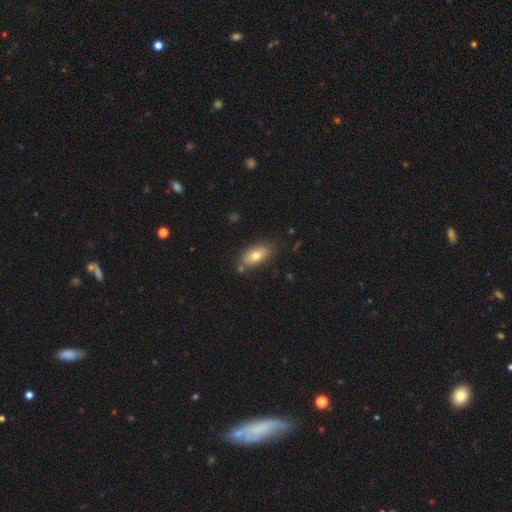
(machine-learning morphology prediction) Overall: smooth (74%). How rounded: in between (89%). Merging: none (78%).